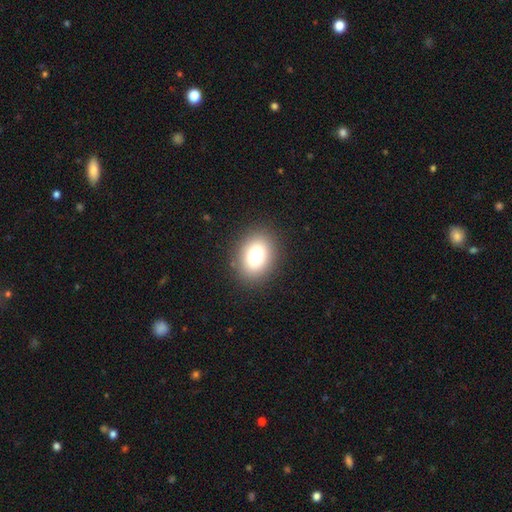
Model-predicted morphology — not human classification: This is likely a smooth galaxy (78%). How rounded: likely in between (61%). Merging: clearly none (88%).